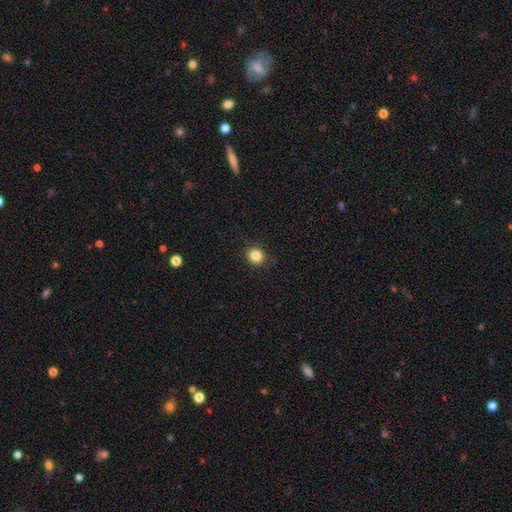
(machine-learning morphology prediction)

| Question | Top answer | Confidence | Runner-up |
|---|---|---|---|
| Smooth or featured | smooth | 85% | star or artifact (11%) |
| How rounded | round | 83% | in between (17%) |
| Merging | none | 90% | minor disturbance (7%) |